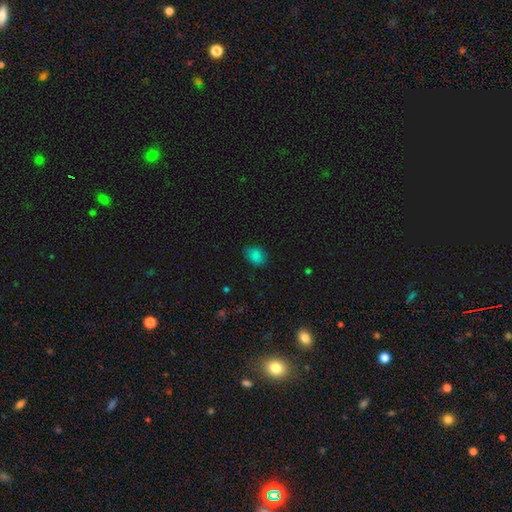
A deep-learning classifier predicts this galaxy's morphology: Smooth or featured?
  - smooth: 84% *
  - star or artifact: 12%
  - featured or disk: 4%
How rounded?
  - in between: 65% *
  - round: 34%
  - cigar-shaped: 1%
Merging?
  - none: 81% *
  - minor disturbance: 15%
  - major disturbance: 3%
  - merger: 1%